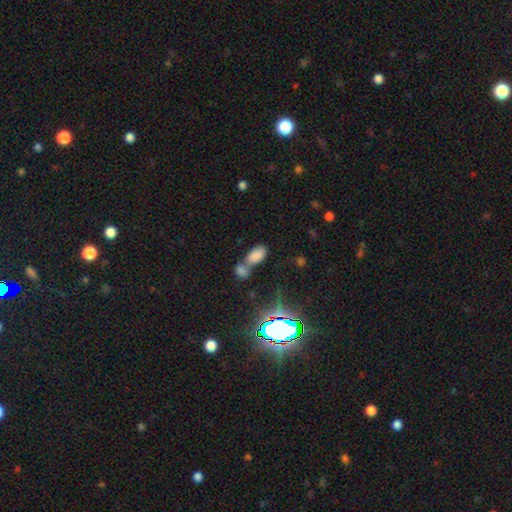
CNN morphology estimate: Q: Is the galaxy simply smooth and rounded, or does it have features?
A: smooth — 77%.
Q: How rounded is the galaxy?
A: in between — 92%.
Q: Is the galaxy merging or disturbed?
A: merger — 55%.